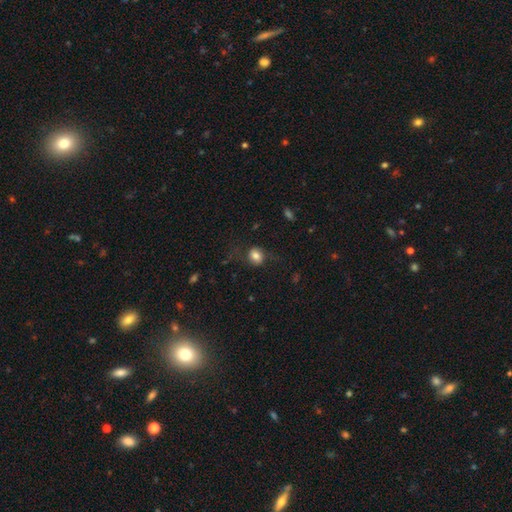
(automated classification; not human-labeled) smooth-or-featured: smooth: 72% | featured or disk: 18% | star or artifact: 10%
  how-rounded: round: 55% | in between: 44% | cigar-shaped: 1%
  merging: none: 65% | minor disturbance: 20% | major disturbance: 14% | merger: 2%